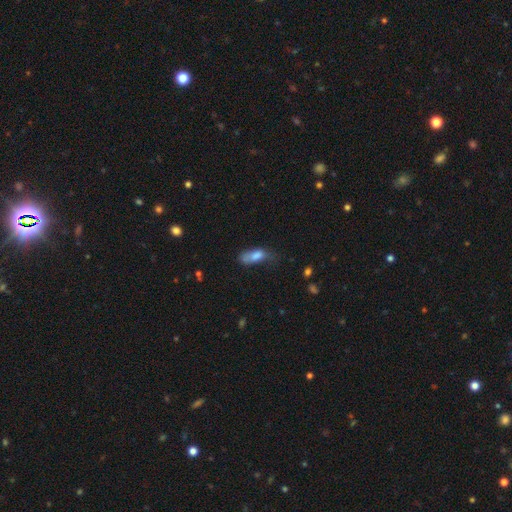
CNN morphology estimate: This is likely a smooth galaxy (73%). How rounded: likely in between (72%). Merging: marginally minor disturbance (34%).